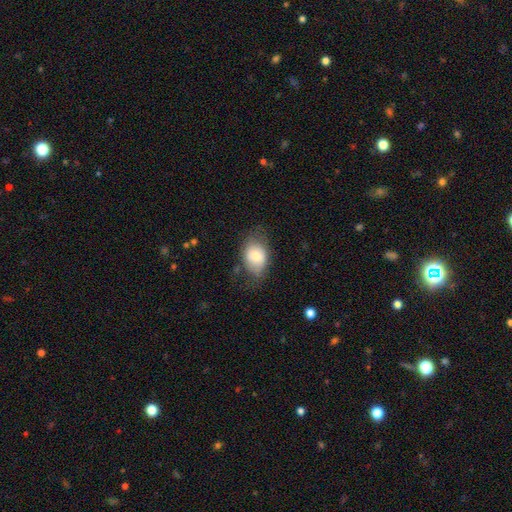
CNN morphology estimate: A smooth galaxy with no disk features (73%) that is in between round and cigar-shaped (79%).

Vote fractions:
- Smooth or featured? smooth: 73% / featured or disk: 19% / star or artifact: 8%
- How rounded? in between: 79% / round: 20% / cigar-shaped: 1%
- Merging? none: 58% / minor disturbance: 28% / major disturbance: 12% / merger: 2%